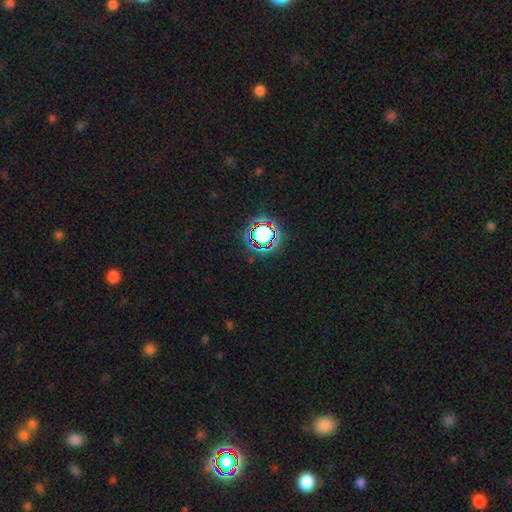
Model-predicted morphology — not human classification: smooth-or-featured: star or artifact: 78% | smooth: 14% | featured or disk: 8%